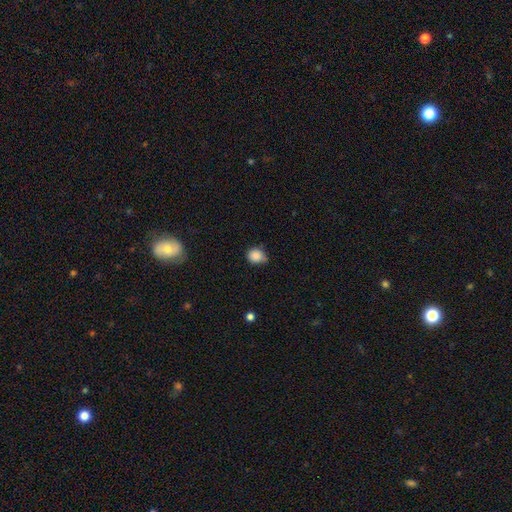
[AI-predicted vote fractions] The model was most divided on "merging": none: 57%, minor disturbance: 34%, major disturbance: 6%, merger: 3%. More confident: smooth or featured — smooth (86%); how rounded — round (72%).